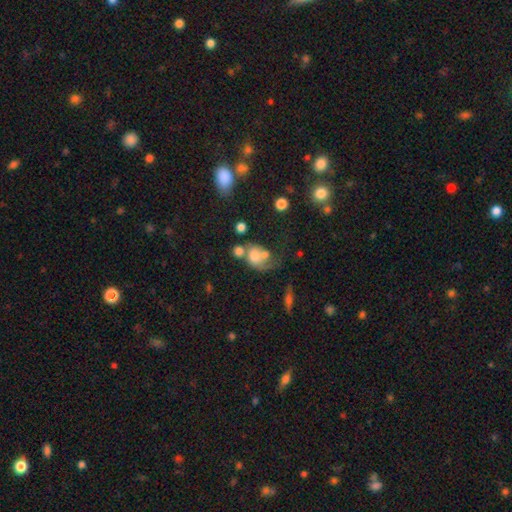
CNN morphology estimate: The model was most divided on "how rounded": in between: 55%, round: 43%, cigar-shaped: 2%. Remaining: smooth or featured — smooth (58%); merging — merger (43%).